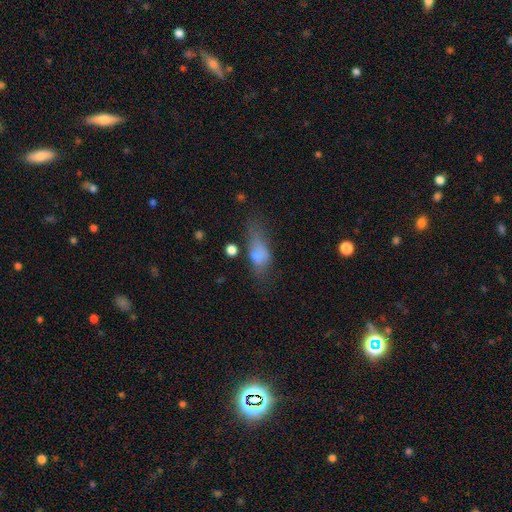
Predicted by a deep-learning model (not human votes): This is likely a smooth galaxy (63%). How rounded: likely in between (68%). Merging: marginally none (43%).